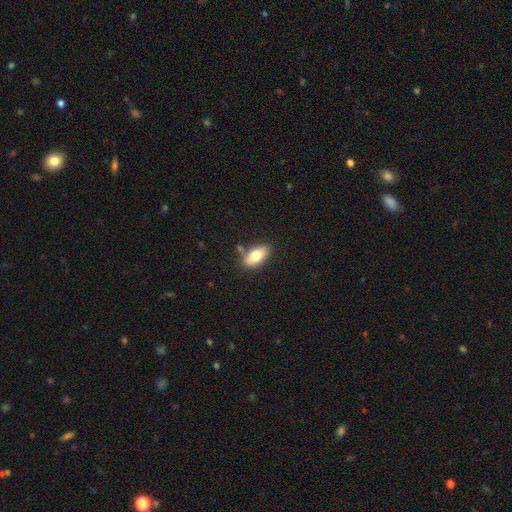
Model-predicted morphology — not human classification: A smooth galaxy with no disk features (77%) that is in between round and cigar-shaped (91%).

Vote fractions:
- Smooth or featured? smooth: 77% / featured or disk: 16% / star or artifact: 7%
- How rounded? in between: 91% / cigar-shaped: 5% / round: 4%
- Merging? none: 74% / minor disturbance: 16% / merger: 7% / major disturbance: 4%